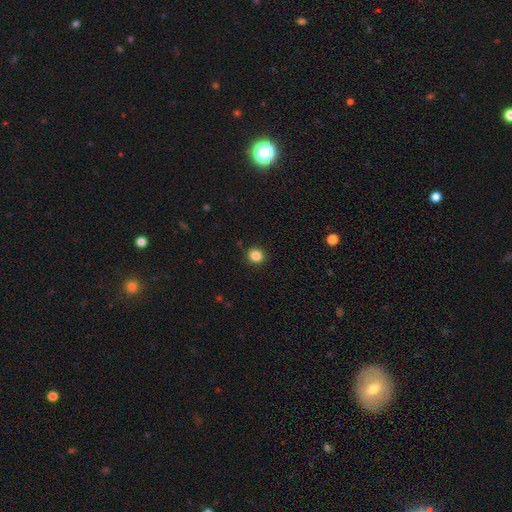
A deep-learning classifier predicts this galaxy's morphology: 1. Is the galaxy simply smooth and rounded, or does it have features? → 85% smooth, 11% star or artifact, 4% featured or disk.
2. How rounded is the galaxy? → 80% round, 19% in between, 1% cigar-shaped.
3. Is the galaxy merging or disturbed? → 90% none, 7% minor disturbance, 2% major disturbance, 1% merger.